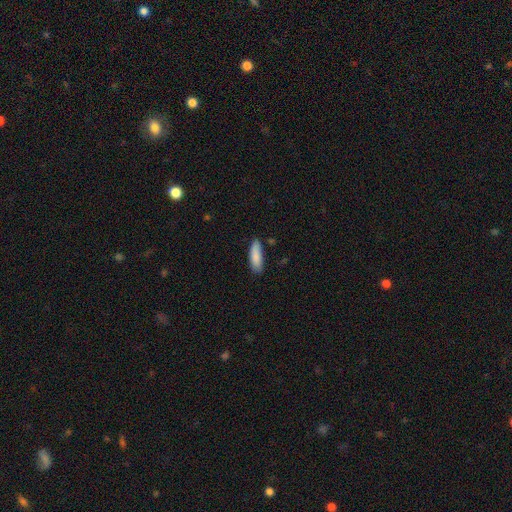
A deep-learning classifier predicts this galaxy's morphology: Q: Smooth or featured?
A: smooth (87%); runner-up: featured or disk (7%)
Q: How rounded?
A: in between (53%); runner-up: cigar-shaped (45%)
Q: Merging?
A: none (79%); runner-up: minor disturbance (16%)